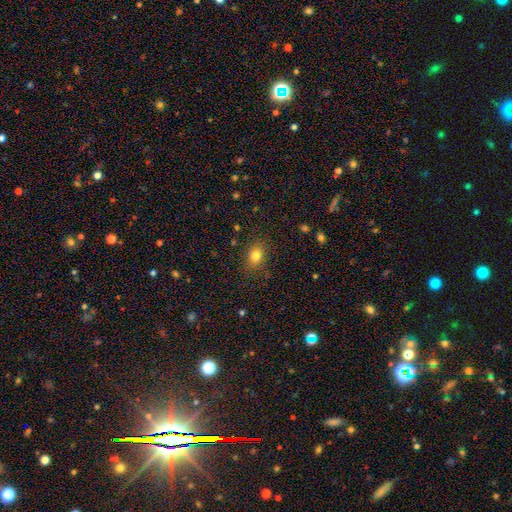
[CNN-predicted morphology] smooth 80%, star or artifact 12%, featured or disk 8%. Down the decision tree: how rounded — in between (63%); merging — none (83%).